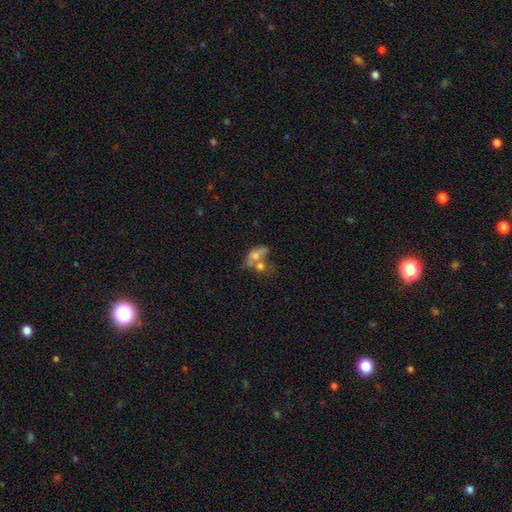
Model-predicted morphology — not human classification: type=smooth (56%); roundness=in between (75%); merging=merger (54%).